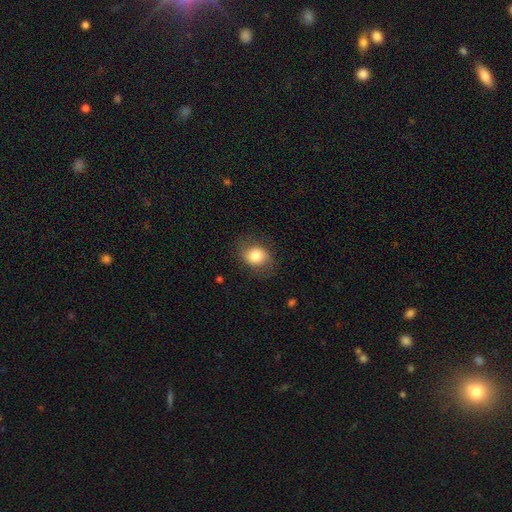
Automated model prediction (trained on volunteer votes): smooth-or-featured: smooth: 79% | featured or disk: 13% | star or artifact: 8%
  how-rounded: in between: 52% | round: 47% | cigar-shaped: 1%
  merging: none: 74% | minor disturbance: 18% | major disturbance: 7% | merger: 1%